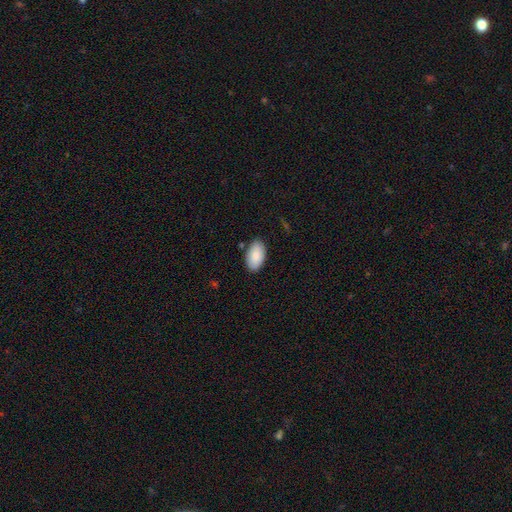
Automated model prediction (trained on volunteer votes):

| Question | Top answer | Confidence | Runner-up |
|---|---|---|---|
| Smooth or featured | smooth | 88% | star or artifact (6%) |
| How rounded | in between | 95% | round (3%) |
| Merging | none | 84% | minor disturbance (11%) |